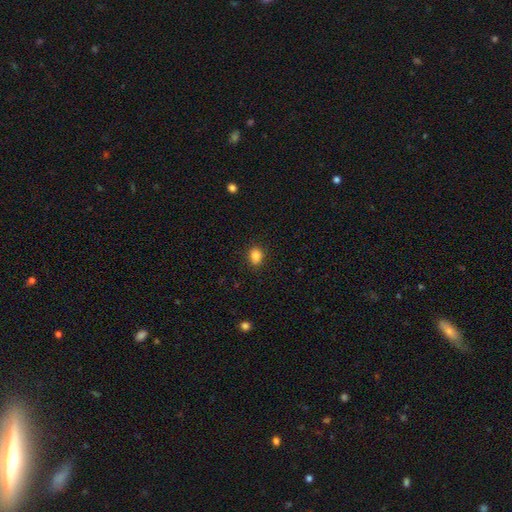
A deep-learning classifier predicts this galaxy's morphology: Smooth or featured?
  - smooth: 85% *
  - star or artifact: 10%
  - featured or disk: 4%
How rounded?
  - in between: 54% *
  - round: 45%
  - cigar-shaped: 1%
Merging?
  - none: 87% *
  - minor disturbance: 10%
  - major disturbance: 2%
  - merger: 1%